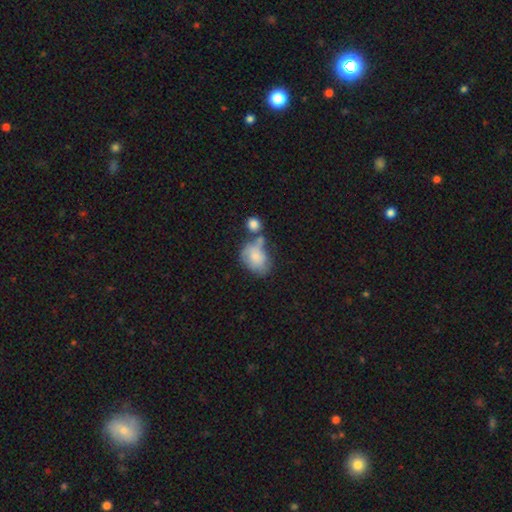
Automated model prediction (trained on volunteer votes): Smooth or featured? smooth (67%)
How rounded? in between (67%)
Merging? merger (30%)